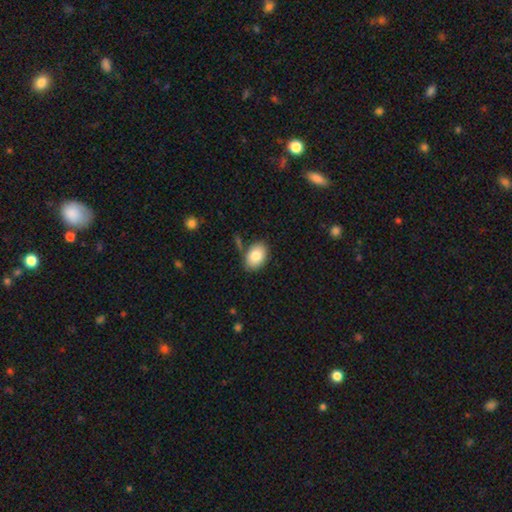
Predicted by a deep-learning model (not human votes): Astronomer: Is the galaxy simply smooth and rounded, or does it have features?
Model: smooth — 84%.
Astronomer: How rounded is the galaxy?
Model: in between — 86%.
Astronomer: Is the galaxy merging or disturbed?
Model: none — 79%.